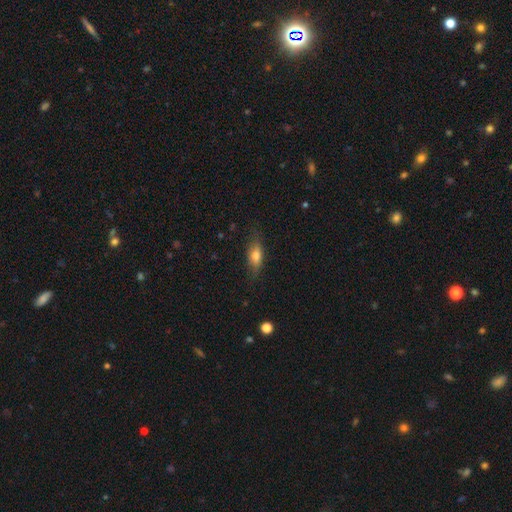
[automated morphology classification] This is likely a smooth galaxy (70%). How rounded: likely in between (72%). Merging: likely none (75%).